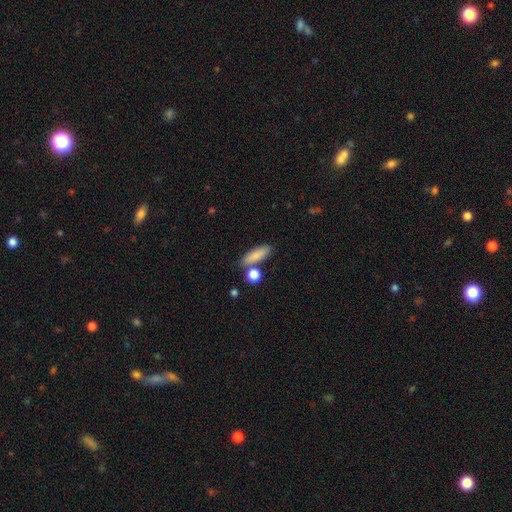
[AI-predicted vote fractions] Overall: smooth (83%). How rounded: in between (48%; cigar-shaped 45%). Merging: none (72%).